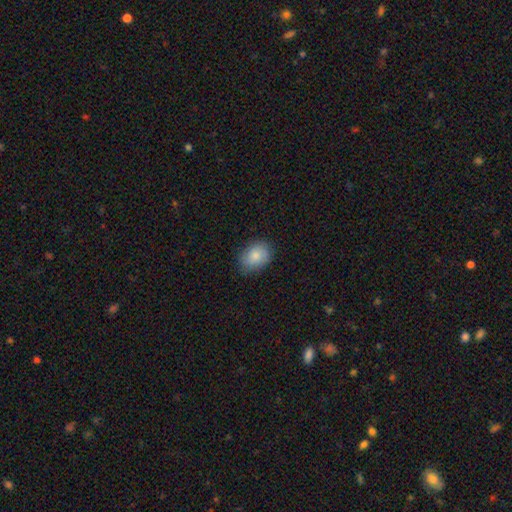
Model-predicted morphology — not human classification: This is clearly a smooth galaxy (84%). How rounded: likely in between (66%). Merging: likely none (78%).